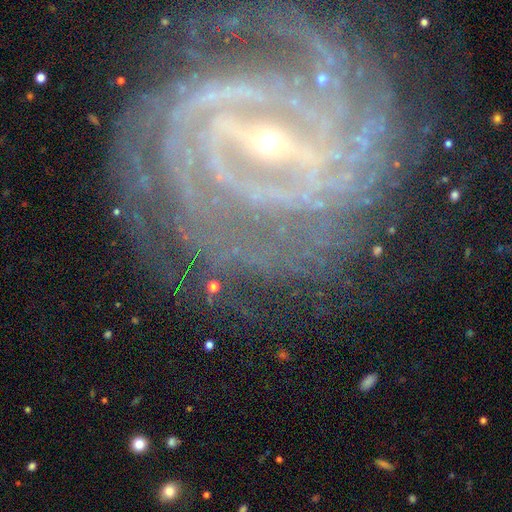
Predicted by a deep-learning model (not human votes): Q: Smooth or featured?
A: featured or disk (91%); runner-up: star or artifact (6%)
Q: Edge-on disk?
A: no (96%); runner-up: yes (4%)
Q: Bar?
A: strong (66%); runner-up: weak (24%)
Q: Spiral arms?
A: yes (98%); runner-up: no (2%)
Q: Spiral winding?
A: tight (74%); runner-up: medium (22%)
Q: Spiral arm count?
A: 4 (22%); runner-up: can't tell (20%)
Q: Bulge size?
A: small (84%); runner-up: moderate (13%)
Q: Merging?
A: none (76%); runner-up: minor disturbance (14%)